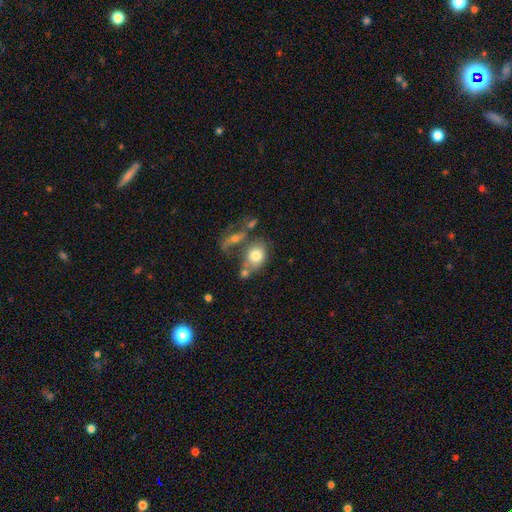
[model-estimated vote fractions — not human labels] Smooth or featured? smooth (74%)
How rounded? in between (57%)
Merging? none (44%)